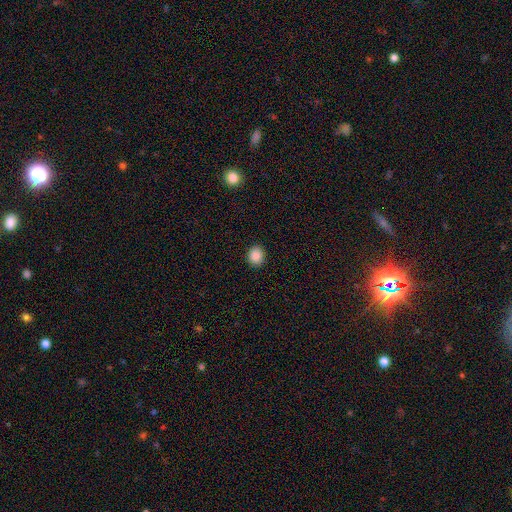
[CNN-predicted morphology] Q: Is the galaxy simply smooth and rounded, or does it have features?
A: smooth — 88%.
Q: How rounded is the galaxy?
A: round — 68%.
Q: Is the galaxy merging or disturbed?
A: none — 91%.